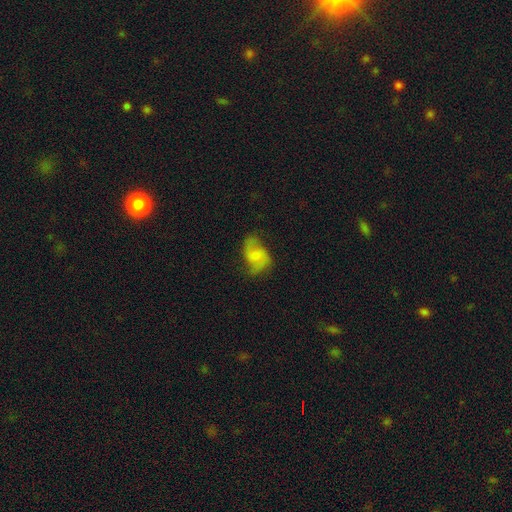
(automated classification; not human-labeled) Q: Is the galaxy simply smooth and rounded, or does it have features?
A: featured or disk — 58%.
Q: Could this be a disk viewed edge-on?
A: no — 97%.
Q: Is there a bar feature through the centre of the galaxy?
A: no — 60%.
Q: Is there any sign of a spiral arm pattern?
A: yes — 88%.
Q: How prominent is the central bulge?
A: small — 52%.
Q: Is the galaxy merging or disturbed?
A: none — 63%.